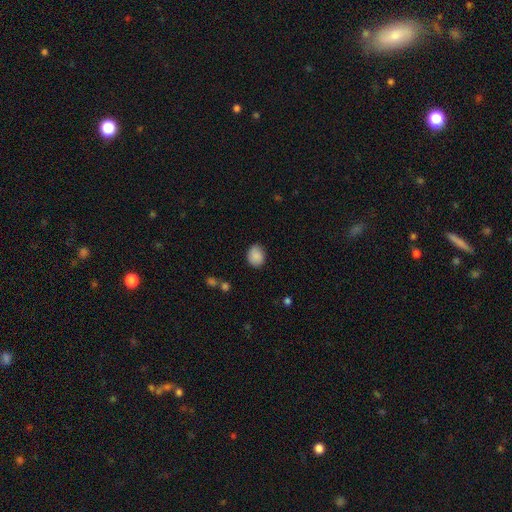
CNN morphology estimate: The model was most divided on "how rounded": round: 53%, in between: 46%, cigar-shaped: 1%. More confident: smooth or featured — smooth (87%); merging — none (76%).